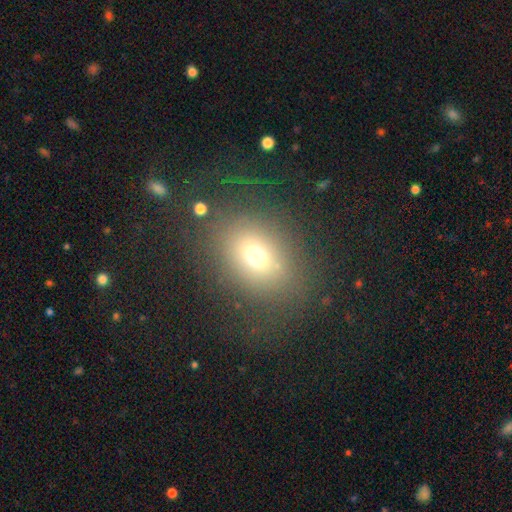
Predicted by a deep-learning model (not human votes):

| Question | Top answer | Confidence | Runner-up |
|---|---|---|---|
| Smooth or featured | smooth | 66% | star or artifact (17%) |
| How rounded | in between | 56% | round (42%) |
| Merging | none | 71% | minor disturbance (14%) |